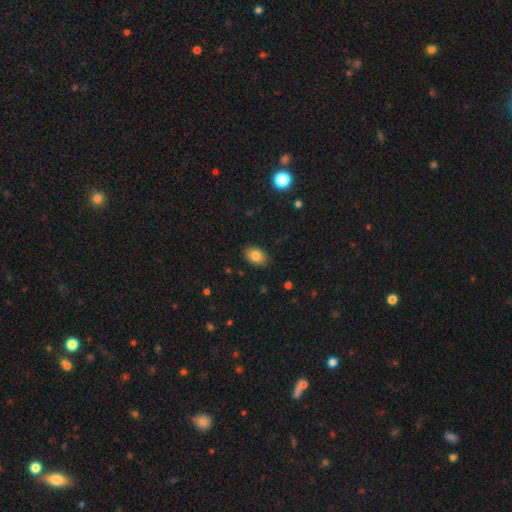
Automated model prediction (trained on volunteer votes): smooth-or-featured: smooth: 83% | star or artifact: 9% | featured or disk: 9%
  how-rounded: in between: 85% | round: 14% | cigar-shaped: 1%
  merging: none: 88% | minor disturbance: 9% | major disturbance: 2% | merger: 1%